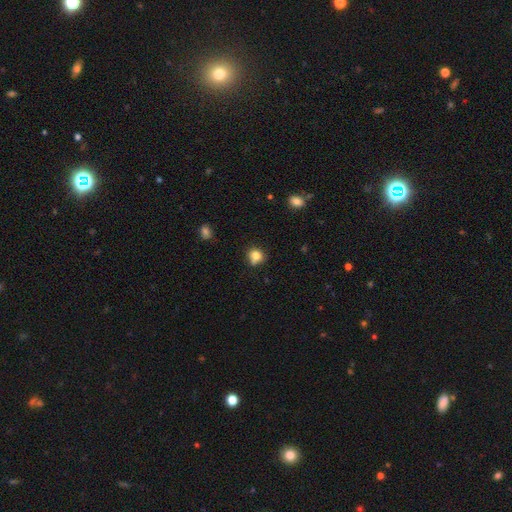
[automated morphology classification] Q: Smooth or featured?
A: smooth (79%); runner-up: star or artifact (12%)
Q: How rounded?
A: round (80%); runner-up: in between (19%)
Q: Merging?
A: none (60%); runner-up: minor disturbance (20%)